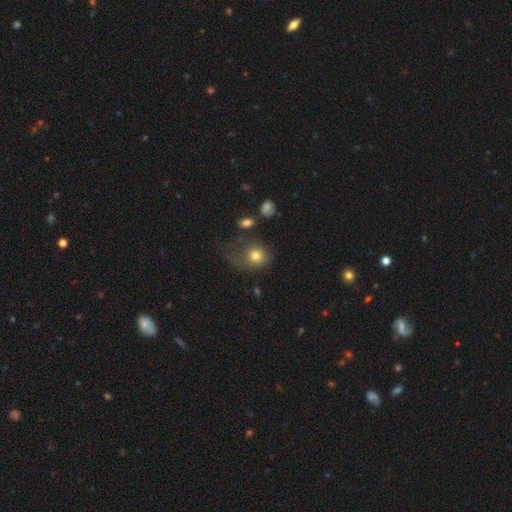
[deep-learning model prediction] A smooth galaxy with no disk features (76%) that is round (74%). Merging: major disturbance (40%).